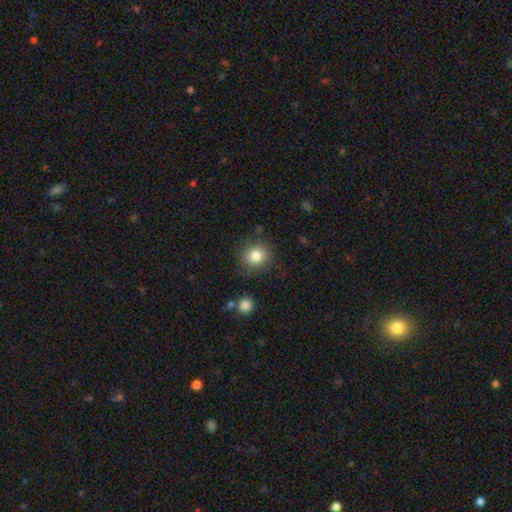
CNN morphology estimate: This appears to be a smooth galaxy with no disk features (82%) that is round (85%). Merging: none (85%).